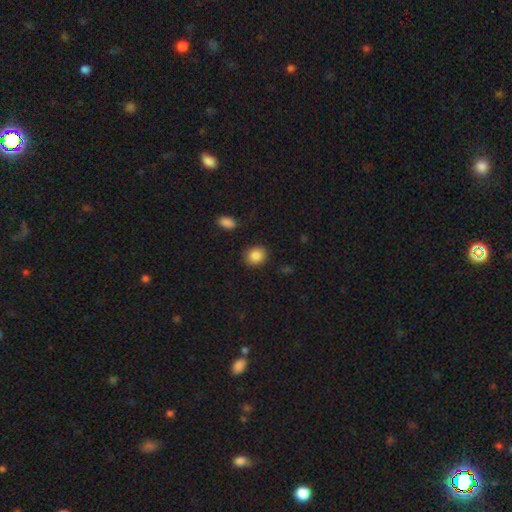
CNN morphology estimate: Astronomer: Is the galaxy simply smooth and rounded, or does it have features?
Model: smooth — 87%.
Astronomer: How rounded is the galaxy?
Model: round — 71%.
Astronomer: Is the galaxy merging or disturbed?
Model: none — 88%.